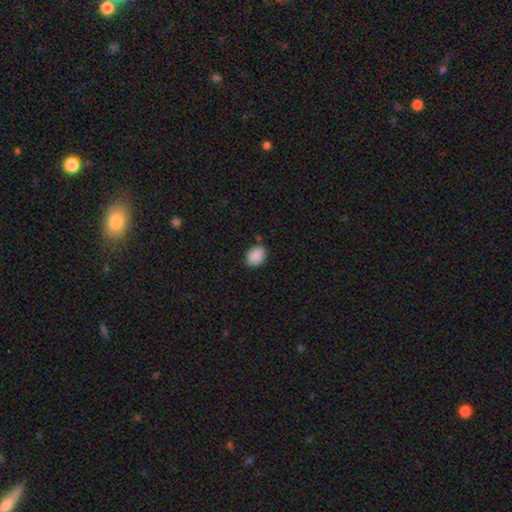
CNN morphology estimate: Overall: smooth (89%). How rounded: in between (64%; round 35%). Merging: none (81%).